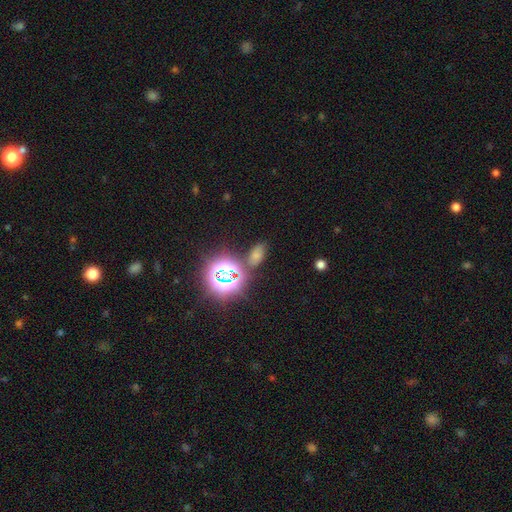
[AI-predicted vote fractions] This appears to be a smooth galaxy with no disk features (52%) that is in between round and cigar-shaped (85%). Merging: none (68%).